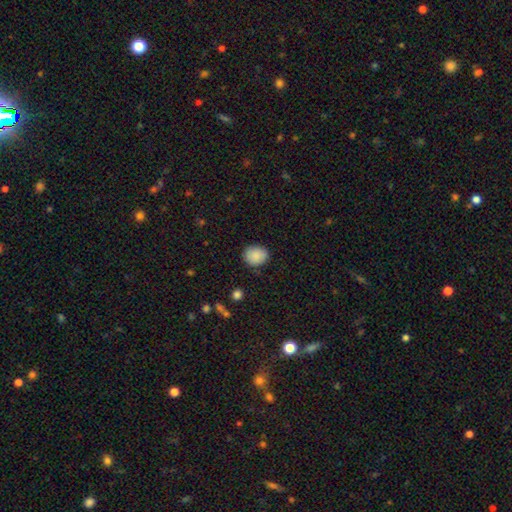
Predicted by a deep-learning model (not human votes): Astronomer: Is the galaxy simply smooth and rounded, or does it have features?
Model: smooth — 89%.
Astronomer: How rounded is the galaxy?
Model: round — 65%.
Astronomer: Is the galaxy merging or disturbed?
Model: none — 84%.